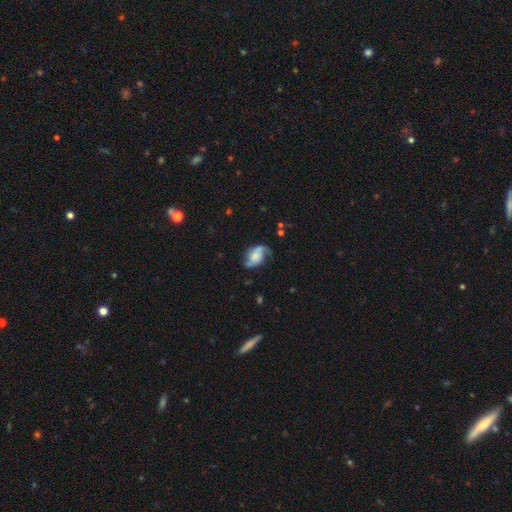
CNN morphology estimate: Q: Smooth or featured?
A: featured or disk (66%); runner-up: smooth (26%)
Q: Edge-on disk?
A: no (97%); runner-up: yes (3%)
Q: Bar?
A: no (63%); runner-up: weak (29%)
Q: Spiral arms?
A: yes (92%); runner-up: no (8%)
Q: Spiral winding?
A: loose (46%); runner-up: medium (38%)
Q: Spiral arm count?
A: 2 (81%); runner-up: 1 (8%)
Q: Bulge size?
A: small (30%); runner-up: moderate (25%)
Q: Merging?
A: none (59%); runner-up: minor disturbance (25%)